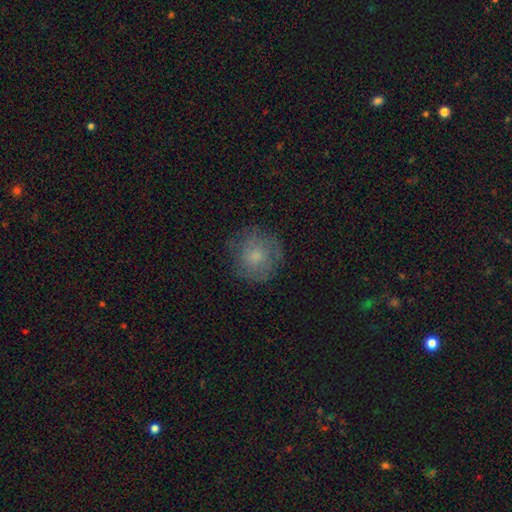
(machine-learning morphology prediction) Q: Smooth or featured?
A: smooth (65%); runner-up: featured or disk (25%)
Q: How rounded?
A: round (91%); runner-up: in between (8%)
Q: Merging?
A: none (77%); runner-up: minor disturbance (16%)